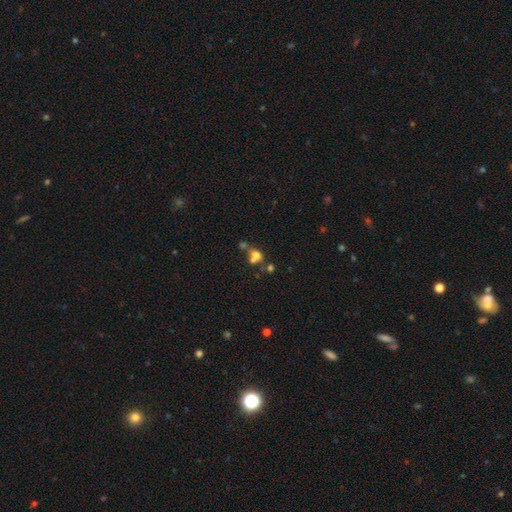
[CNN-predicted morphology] smooth-or-featured: smooth: 63% | featured or disk: 19% | star or artifact: 18%
  how-rounded: round: 69% | in between: 30% | cigar-shaped: 1%
  merging: merger: 51% | none: 35% | minor disturbance: 9% | major disturbance: 6%